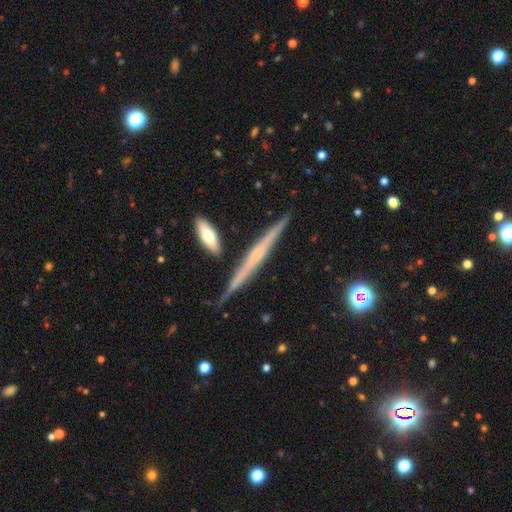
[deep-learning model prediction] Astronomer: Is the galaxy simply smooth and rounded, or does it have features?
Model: featured or disk — 63%.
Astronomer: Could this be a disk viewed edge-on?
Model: yes — 96%.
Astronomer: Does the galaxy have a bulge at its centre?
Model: none — 66%.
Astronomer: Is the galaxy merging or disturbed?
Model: none — 83%.